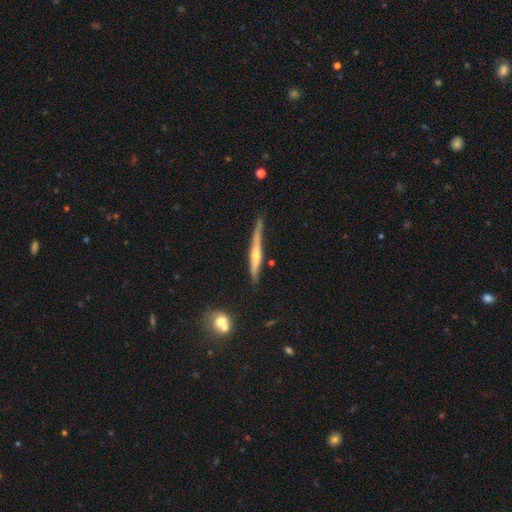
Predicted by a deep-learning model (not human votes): Overall: featured or disk (71%). Edge-on disk: yes (97%). Edge-on bulge: rounded (74%). Merging: none (77%).